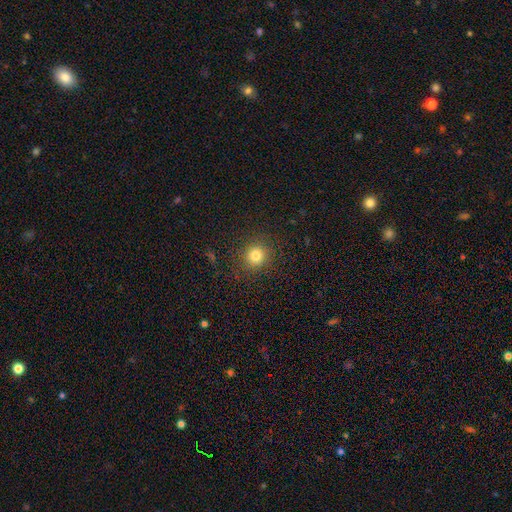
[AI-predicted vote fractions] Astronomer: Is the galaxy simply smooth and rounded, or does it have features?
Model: smooth — 81%.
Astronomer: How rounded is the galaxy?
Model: round — 89%.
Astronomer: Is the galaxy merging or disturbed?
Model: none — 88%.